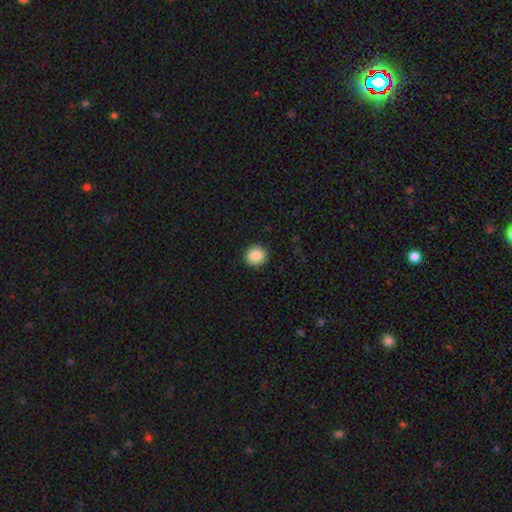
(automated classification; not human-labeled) The model was most divided on "how rounded": round: 87%, in between: 12%, cigar-shaped: 1%. More confident: merging — none (92%); smooth or featured — smooth (87%).